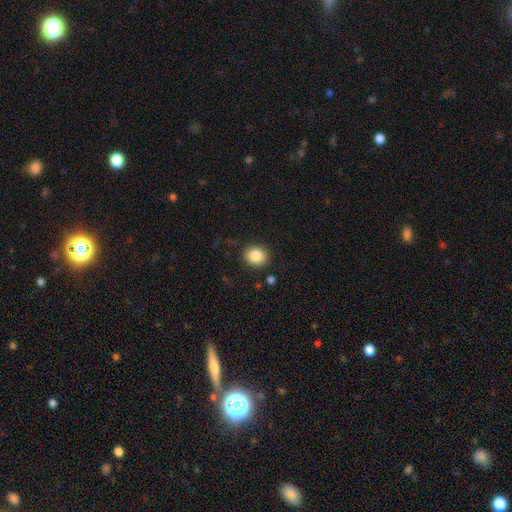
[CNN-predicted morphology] smooth_or_featured: smooth (p=0.86) [alt: star or artifact p=0.09]
how_rounded: round (p=0.67) [alt: in between p=0.32]
merging: none (p=0.87) [alt: minor disturbance p=0.09]